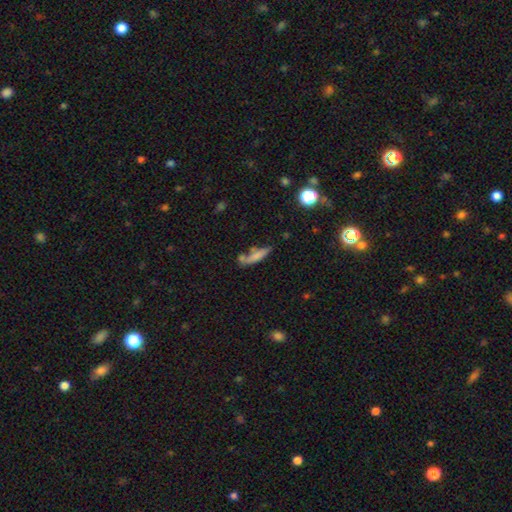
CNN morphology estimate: A smooth galaxy with no disk features (68%) that is cigar-shaped (75%).

Vote fractions:
- Smooth or featured? smooth: 68% / featured or disk: 22% / star or artifact: 10%
- How rounded? cigar-shaped: 75% / in between: 23% / round: 3%
- Merging? none: 49% / merger: 22% / minor disturbance: 20% / major disturbance: 9%